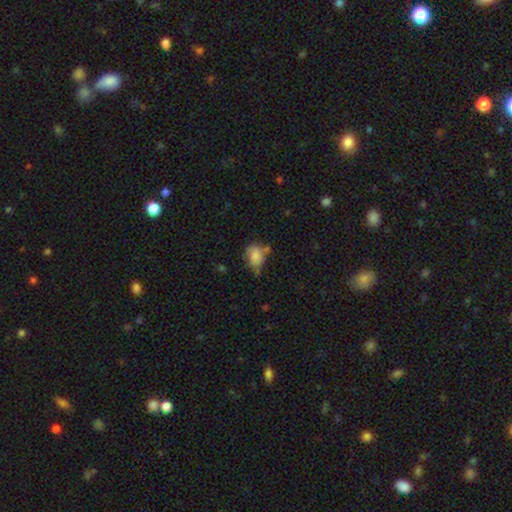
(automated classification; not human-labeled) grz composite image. It shows a smooth galaxy with no disk features (80%) that is in between round and cigar-shaped (70%). Merging: none (44%).